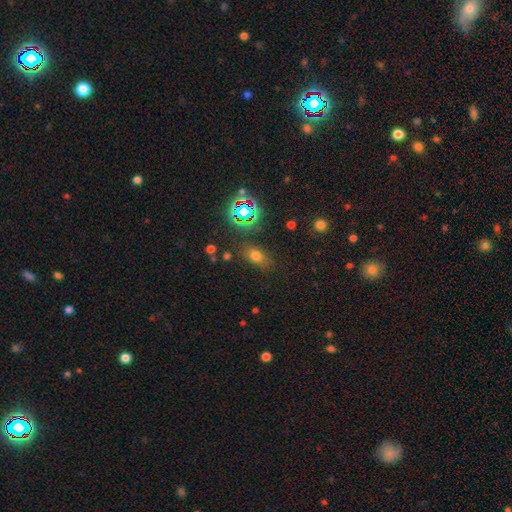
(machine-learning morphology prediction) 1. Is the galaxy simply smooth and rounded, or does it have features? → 65% smooth, 26% star or artifact, 10% featured or disk.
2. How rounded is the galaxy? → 74% in between, 21% round, 5% cigar-shaped.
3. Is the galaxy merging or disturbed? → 78% none, 13% minor disturbance, 5% major disturbance, 3% merger.